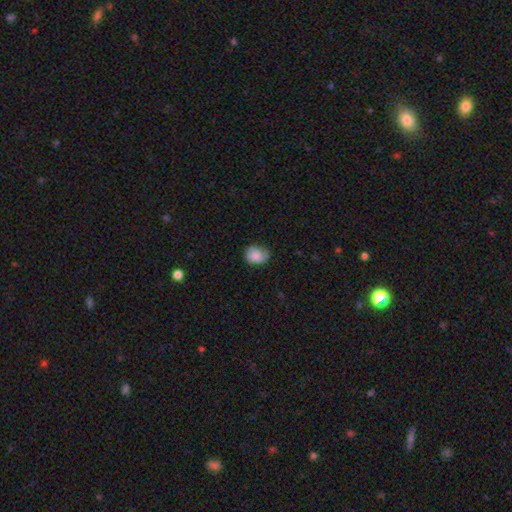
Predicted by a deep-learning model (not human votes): Q: Smooth or featured?
A: smooth (74%); runner-up: featured or disk (18%)
Q: How rounded?
A: round (53%); runner-up: in between (46%)
Q: Merging?
A: none (59%); runner-up: minor disturbance (31%)